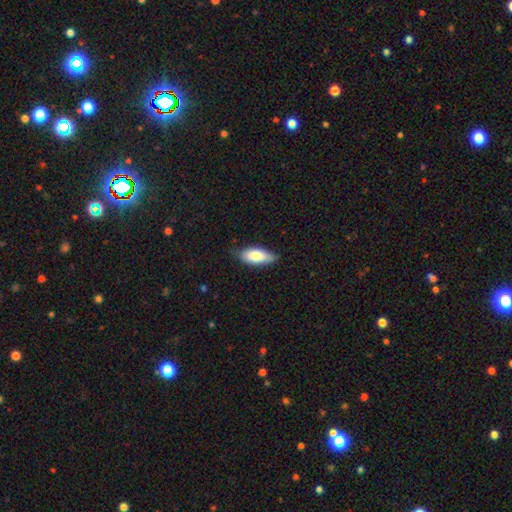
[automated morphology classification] Overall: smooth (80%). How rounded: in between (83%). Merging: none (72%).